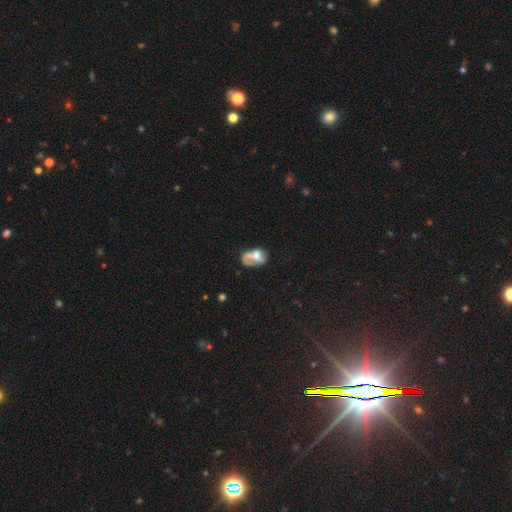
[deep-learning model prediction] featured or disk 47%, smooth 45%, star or artifact 9%. Down the decision tree: merging — major disturbance (37%).